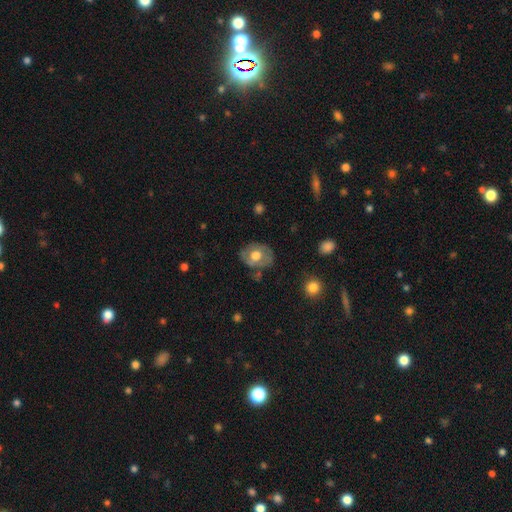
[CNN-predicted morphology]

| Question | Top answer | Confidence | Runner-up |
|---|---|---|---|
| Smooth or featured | smooth | 51% | featured or disk (42%) |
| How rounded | in between | 55% | round (44%) |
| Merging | none | 71% | minor disturbance (20%) |